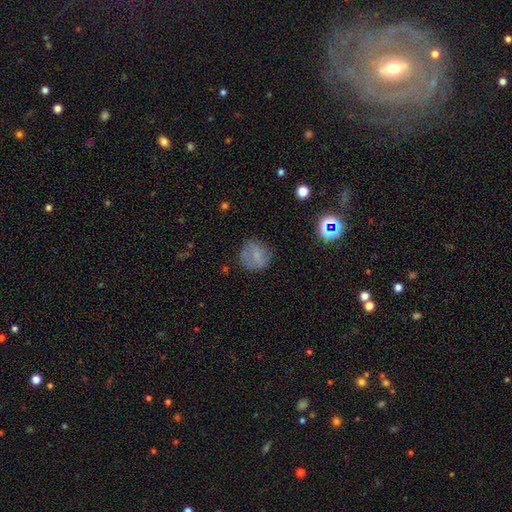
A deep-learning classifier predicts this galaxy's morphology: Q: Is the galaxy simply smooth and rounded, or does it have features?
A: smooth — 63%.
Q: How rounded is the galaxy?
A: round — 85%.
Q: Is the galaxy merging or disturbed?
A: none — 71%.